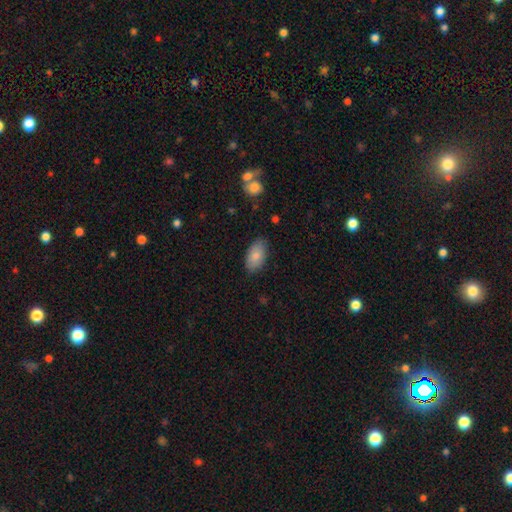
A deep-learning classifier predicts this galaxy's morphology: The model was most divided on "merging": none: 82%, minor disturbance: 14%, major disturbance: 3%, merger: 1%. More confident: how rounded — in between (94%); smooth or featured — smooth (83%).